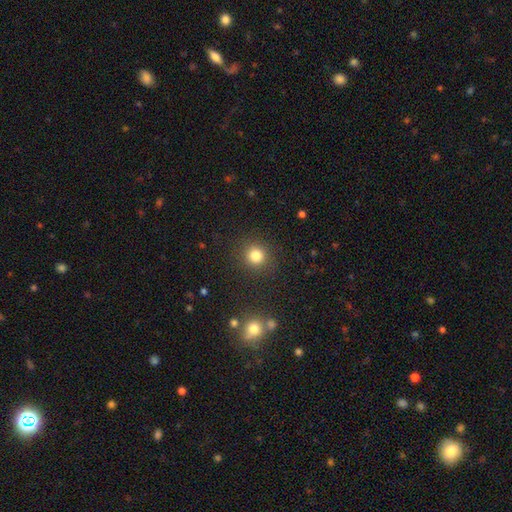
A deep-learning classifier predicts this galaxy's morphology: smooth_or_featured: smooth (p=0.81) [alt: star or artifact p=0.13]
how_rounded: round (p=0.91) [alt: in between p=0.08]
merging: none (p=0.88) [alt: minor disturbance p=0.07]